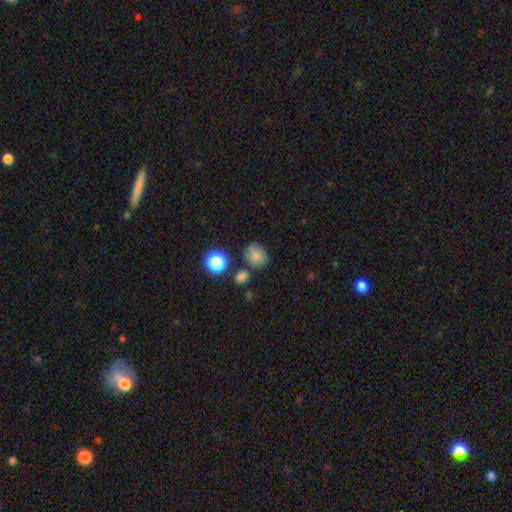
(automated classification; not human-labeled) A smooth galaxy with no disk features (79%) that is round (64%). Merging: none (71%).